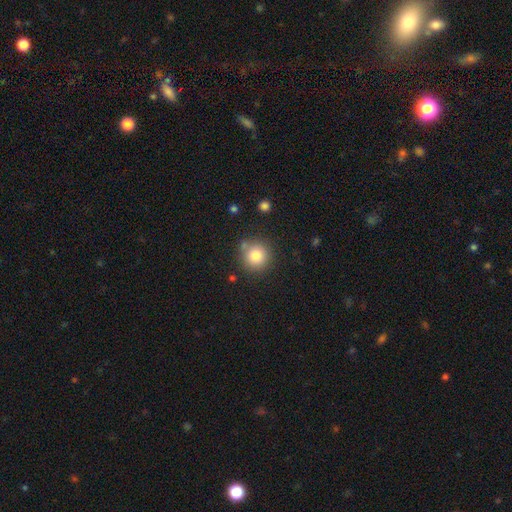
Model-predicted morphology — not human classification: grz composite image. It shows a smooth galaxy with no disk features (81%) that is round (93%). Merging: none (80%).